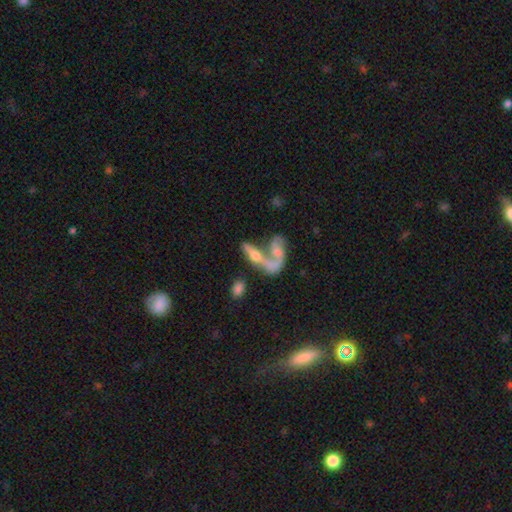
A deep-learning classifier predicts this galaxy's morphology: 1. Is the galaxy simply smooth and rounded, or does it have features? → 56% featured or disk, 35% smooth, 9% star or artifact.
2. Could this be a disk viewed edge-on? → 62% no, 38% yes.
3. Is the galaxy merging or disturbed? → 60% merger, 20% none, 11% major disturbance, 8% minor disturbance.